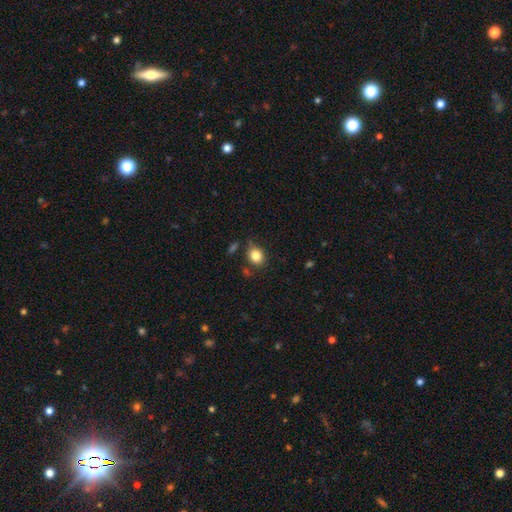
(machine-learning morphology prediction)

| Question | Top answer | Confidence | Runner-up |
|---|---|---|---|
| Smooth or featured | smooth | 83% | star or artifact (10%) |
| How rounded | round | 58% | in between (41%) |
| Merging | none | 73% | minor disturbance (17%) |